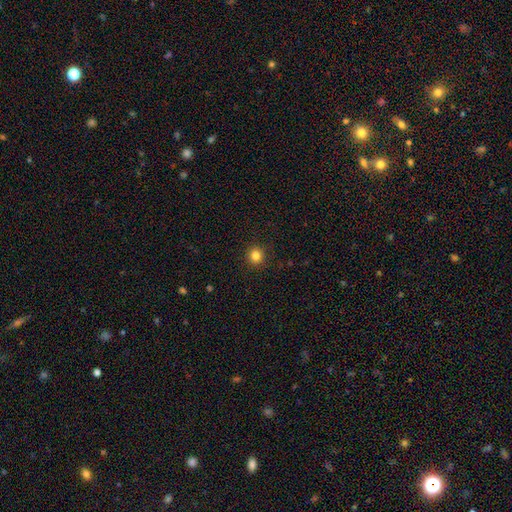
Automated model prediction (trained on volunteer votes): Smooth or featured: smooth — 83% (star or artifact — 13%)
How rounded: round — 94% (in between — 5%)
Merging: none — 91% (minor disturbance — 6%)